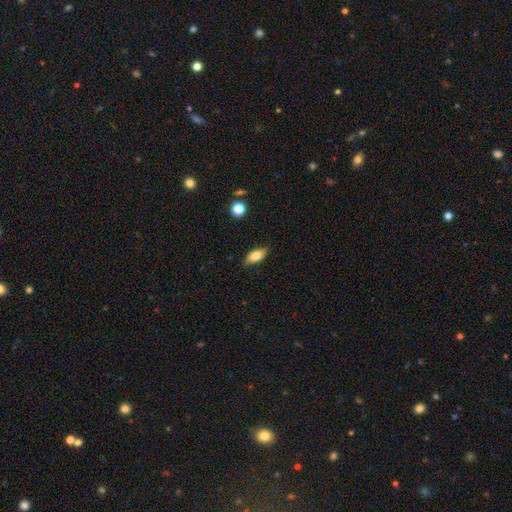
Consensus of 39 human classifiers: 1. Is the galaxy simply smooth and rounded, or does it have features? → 67% smooth, 23% featured or disk, 10% star or artifact.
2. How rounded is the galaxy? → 92% in between, 8% cigar-shaped, 0% round.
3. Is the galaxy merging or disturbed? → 83% none, 14% minor disturbance, 3% merger, 0% major disturbance.